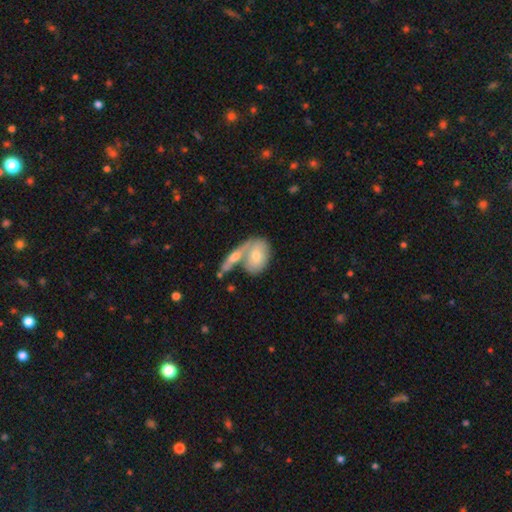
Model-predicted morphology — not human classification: smooth 61%, featured or disk 33%, star or artifact 6%. Down the decision tree: how rounded — in between (76%); merging — merger (54%).